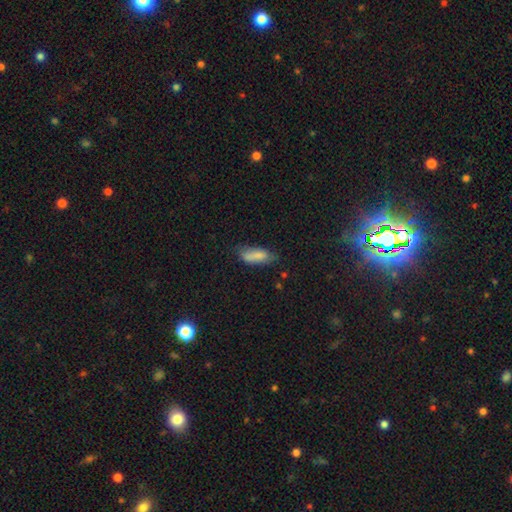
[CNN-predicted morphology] smooth_or_featured: smooth (p=0.79) [alt: featured or disk p=0.13]
how_rounded: in between (p=0.77) [alt: cigar-shaped p=0.20]
merging: none (p=0.56) [alt: minor disturbance p=0.31]